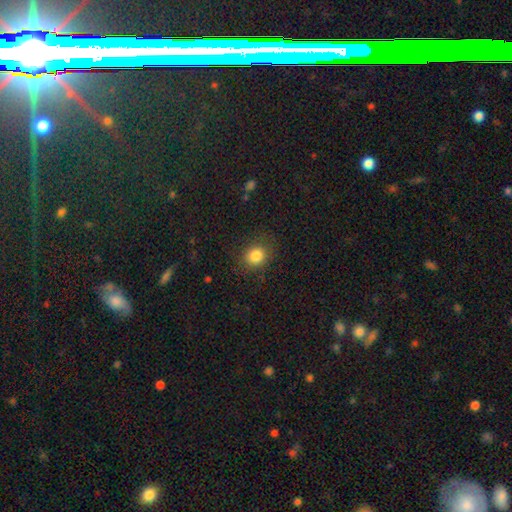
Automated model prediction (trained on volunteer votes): A smooth galaxy with no disk features (84%) that is round (71%). Merging: none (82%).